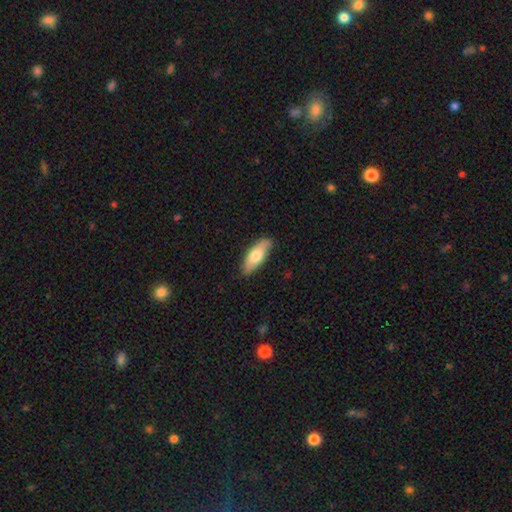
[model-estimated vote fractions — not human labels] smooth-or-featured: smooth: 68% | featured or disk: 27% | star or artifact: 6%
  how-rounded: in between: 71% | cigar-shaped: 26% | round: 2%
  merging: none: 82% | minor disturbance: 14% | major disturbance: 2% | merger: 1%